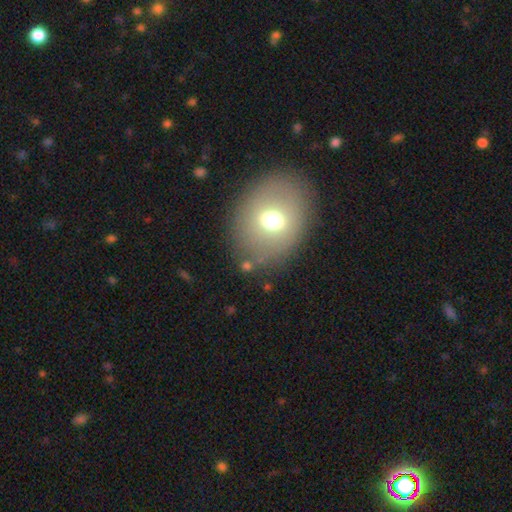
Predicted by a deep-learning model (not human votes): This appears to be a smooth galaxy with no disk features (64%) that is in between round and cigar-shaped (57%). Merging: none (83%).